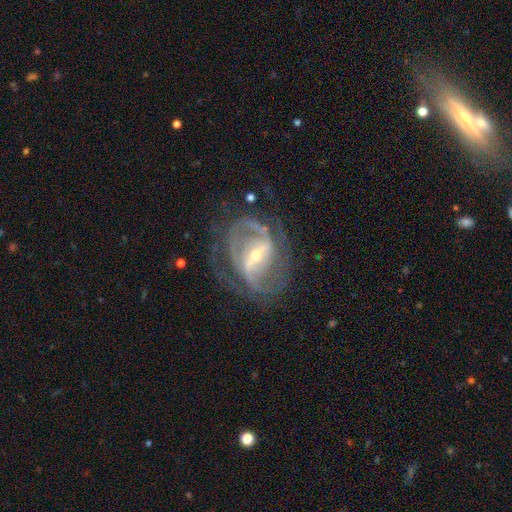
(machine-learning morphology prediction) Smooth or featured? featured or disk (89%)
Edge-on disk? no (96%)
Bar? strong (60%)
Spiral arms? yes (93%)
Spiral winding? medium (50%)
Spiral arm count? 2 (69%)
Bulge size? small (57%)
Merging? none (63%)